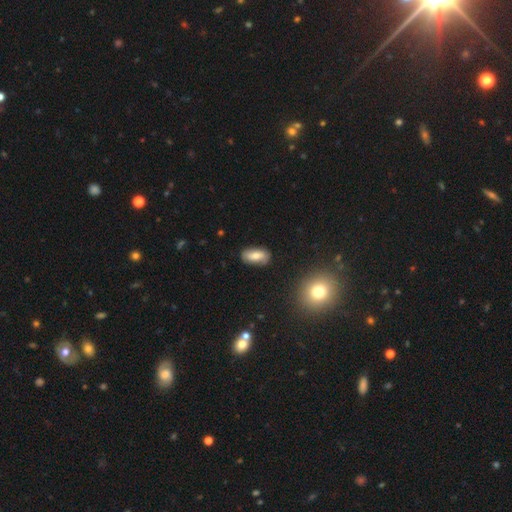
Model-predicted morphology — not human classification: Smooth or featured: smooth — 70% (featured or disk — 22%)
How rounded: in between — 88% (cigar-shaped — 8%)
Merging: none — 81% (minor disturbance — 14%)